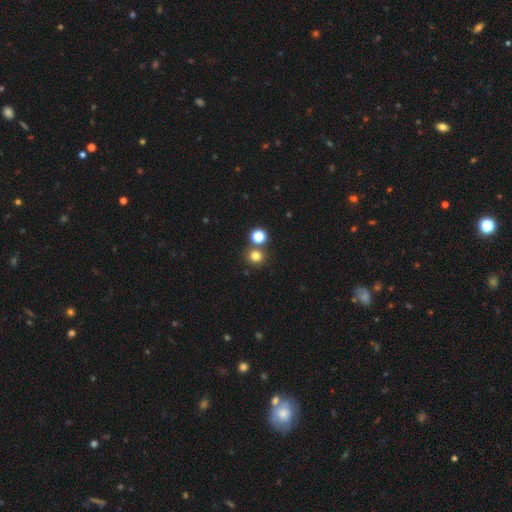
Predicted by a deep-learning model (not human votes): A smooth galaxy with no disk features (77%) that is round (87%). Merging: none (73%).